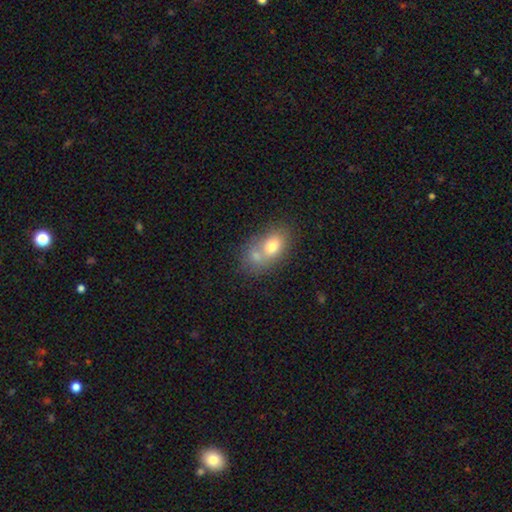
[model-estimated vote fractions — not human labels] Q: Smooth or featured?
A: smooth (69%); runner-up: featured or disk (22%)
Q: How rounded?
A: in between (73%); runner-up: round (25%)
Q: Merging?
A: merger (59%); runner-up: none (27%)